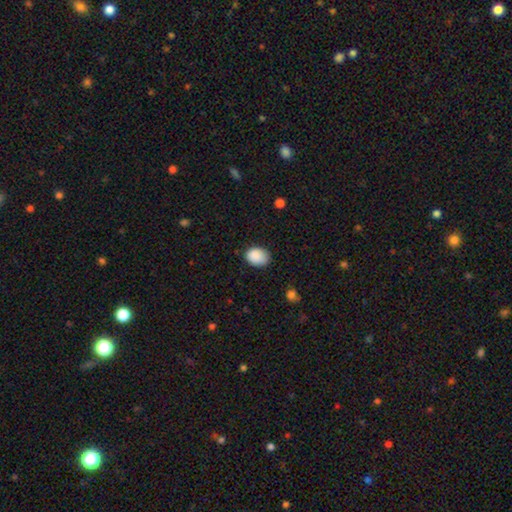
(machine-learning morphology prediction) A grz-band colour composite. It shows a smooth galaxy with no disk features (88%) that is in between round and cigar-shaped (60%). Merging: none (74%).